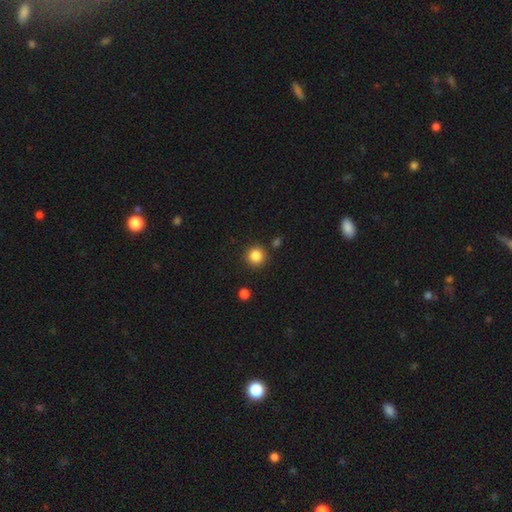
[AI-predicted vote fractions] Overall: smooth (85%). How rounded: round (94%). Merging: none (88%).